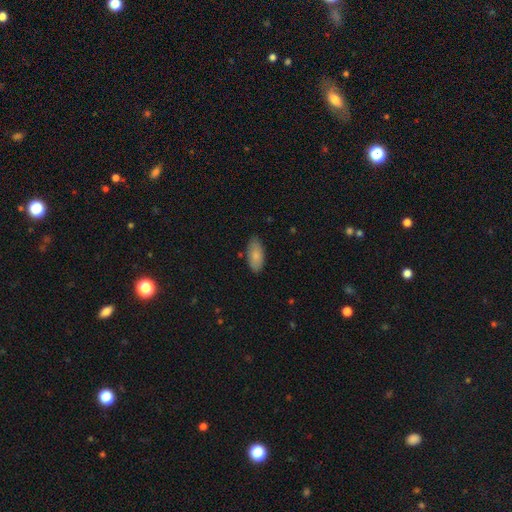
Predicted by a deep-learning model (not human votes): Smooth or featured?
  - smooth: 84% *
  - featured or disk: 10%
  - star or artifact: 6%
How rounded?
  - in between: 90% *
  - cigar-shaped: 8%
  - round: 2%
Merging?
  - none: 83% *
  - minor disturbance: 14%
  - major disturbance: 2%
  - merger: 1%